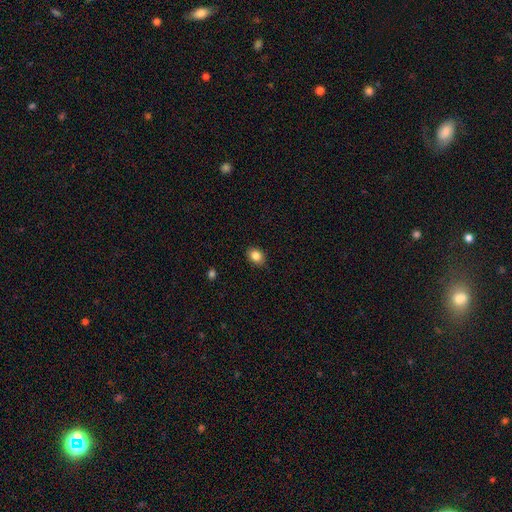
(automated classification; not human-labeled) A smooth galaxy with no disk features (86%) that is in between round and cigar-shaped (57%).

Vote fractions:
- Smooth or featured? smooth: 86% / star or artifact: 9% / featured or disk: 5%
- How rounded? in between: 57% / round: 42% / cigar-shaped: 1%
- Merging? none: 88% / minor disturbance: 9% / major disturbance: 2% / merger: 1%